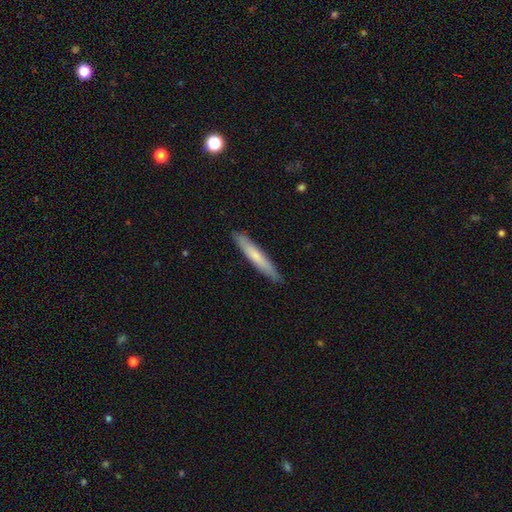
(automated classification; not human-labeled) Smooth or featured?
  - smooth: 63% *
  - featured or disk: 31%
  - star or artifact: 5%
How rounded?
  - cigar-shaped: 94% *
  - in between: 5%
  - round: 1%
Merging?
  - none: 88% *
  - minor disturbance: 9%
  - major disturbance: 2%
  - merger: 1%